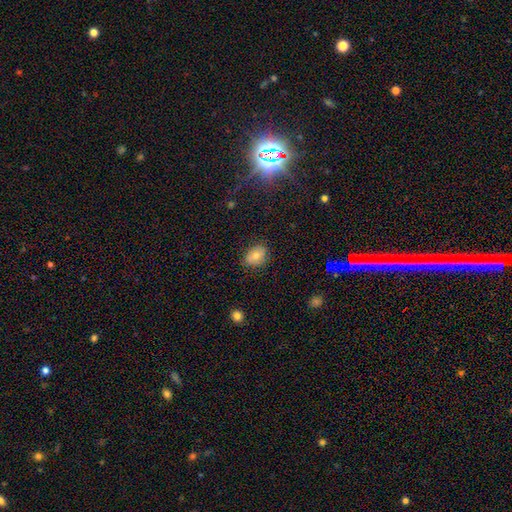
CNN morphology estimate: This is likely a smooth galaxy (72%). How rounded: likely in between (66%). Merging: likely none (79%).